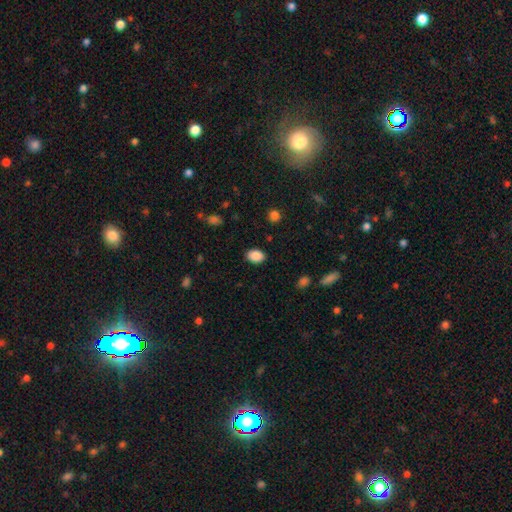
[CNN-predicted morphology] type=smooth (89%); roundness=in between (79%); merging=none (87%).